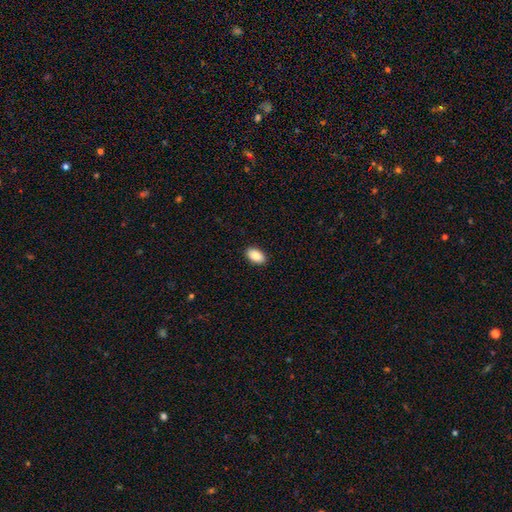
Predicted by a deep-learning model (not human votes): This appears to be a smooth galaxy with no disk features (88%) that is in between round and cigar-shaped (93%). Merging: none (90%).